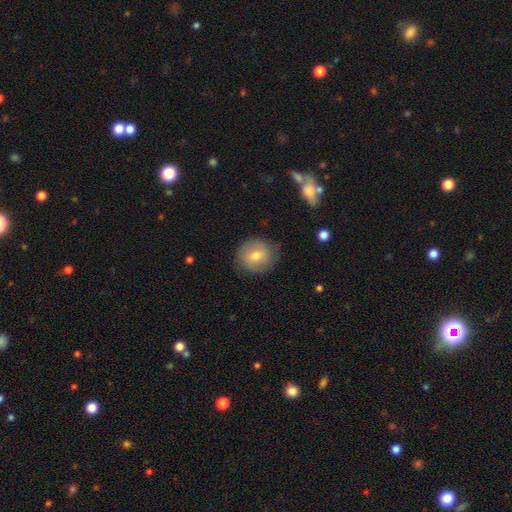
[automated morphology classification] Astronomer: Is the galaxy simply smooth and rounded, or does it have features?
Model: smooth — 64%.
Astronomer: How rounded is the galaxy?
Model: round — 86%.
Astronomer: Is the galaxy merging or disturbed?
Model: none — 78%.